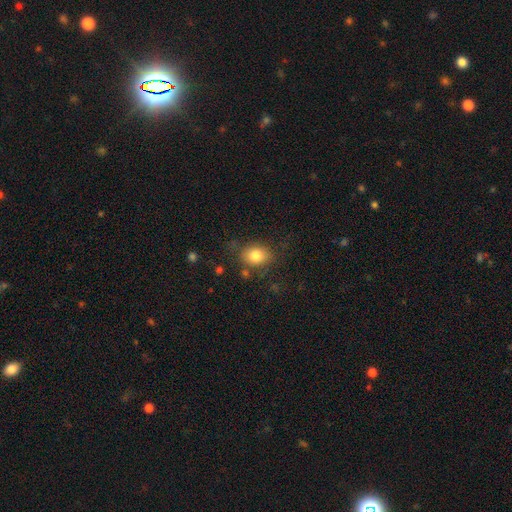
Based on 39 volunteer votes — Smooth or featured? 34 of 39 (87%) said smooth. How rounded? 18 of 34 (53%) said in between. Merging? 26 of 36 (72%) said none.